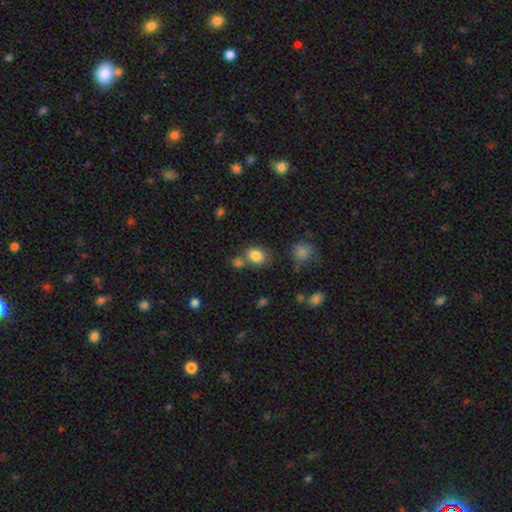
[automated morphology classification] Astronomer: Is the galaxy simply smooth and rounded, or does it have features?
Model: smooth — 83%.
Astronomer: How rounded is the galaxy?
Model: in between — 56% (runner-up: round, 43%).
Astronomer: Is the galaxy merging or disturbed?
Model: none — 60%.